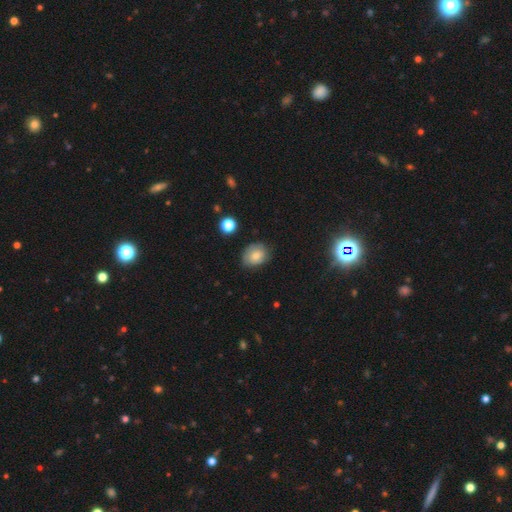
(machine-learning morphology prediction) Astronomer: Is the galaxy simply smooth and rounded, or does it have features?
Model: smooth — 73%.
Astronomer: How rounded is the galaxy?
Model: round — 50% (runner-up: in between, 49%).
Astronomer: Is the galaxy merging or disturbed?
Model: none — 70%.